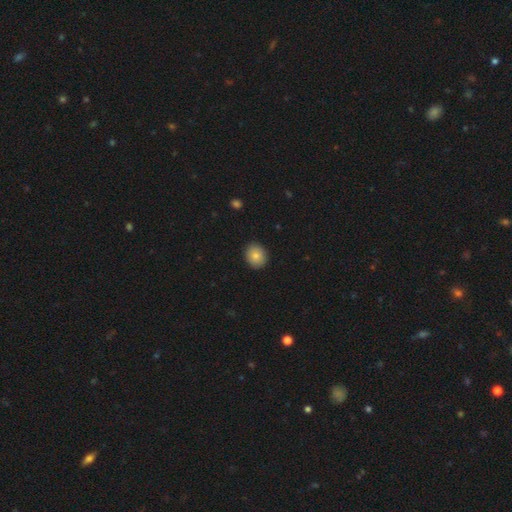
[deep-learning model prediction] smooth 83%, star or artifact 9%, featured or disk 8%. Down the decision tree: how rounded — round (73%); merging — none (91%).